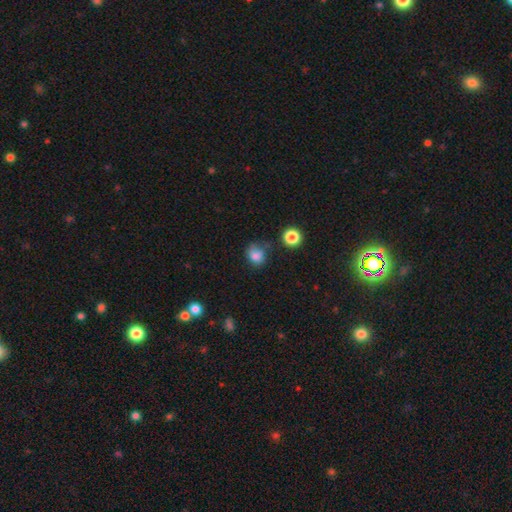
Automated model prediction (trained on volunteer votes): A smooth galaxy with no disk features (76%) that is round (62%).

Vote fractions:
- Smooth or featured? smooth: 76% / featured or disk: 12% / star or artifact: 12%
- How rounded? round: 62% / in between: 37% / cigar-shaped: 1%
- Merging? none: 41% / minor disturbance: 30% / major disturbance: 21% / merger: 9%